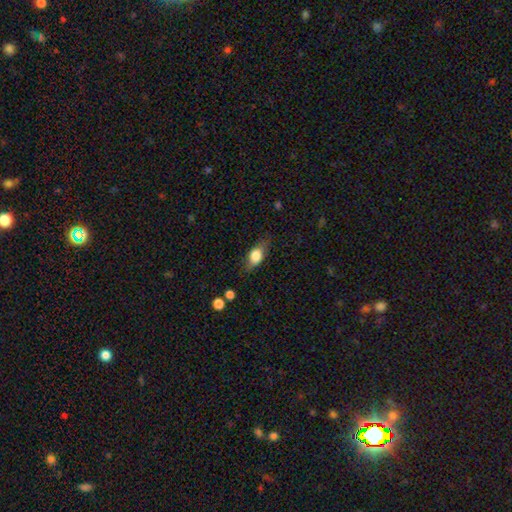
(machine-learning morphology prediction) Overall: smooth (69%). How rounded: in between (75%). Merging: none (74%).